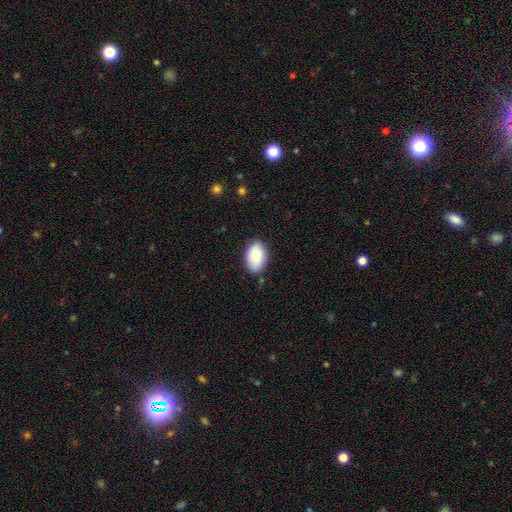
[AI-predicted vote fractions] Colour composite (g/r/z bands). It shows a smooth galaxy with no disk features (82%) that is in between round and cigar-shaped (91%). Merging: none (82%).